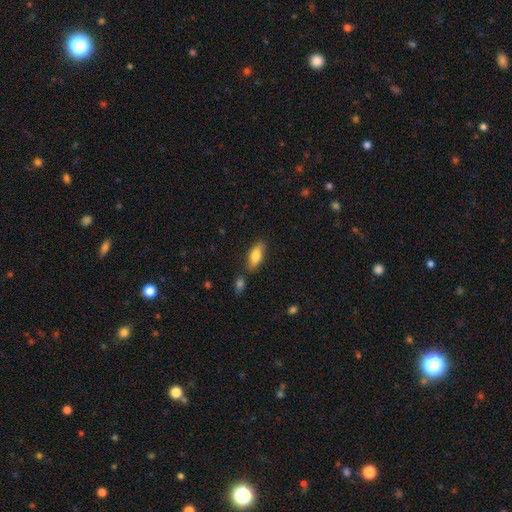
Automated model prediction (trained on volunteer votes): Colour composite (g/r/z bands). It shows a smooth galaxy with no disk features (76%) that is in between round and cigar-shaped (78%). Merging: none (73%).